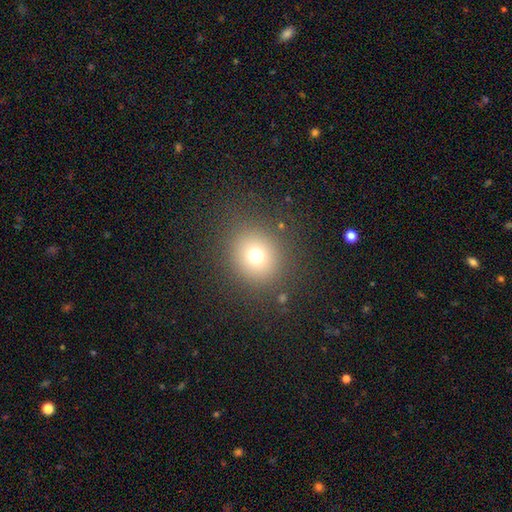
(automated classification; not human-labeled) Q: Smooth or featured?
A: smooth (71%); runner-up: star or artifact (18%)
Q: How rounded?
A: round (84%); runner-up: in between (15%)
Q: Merging?
A: none (85%); runner-up: minor disturbance (8%)